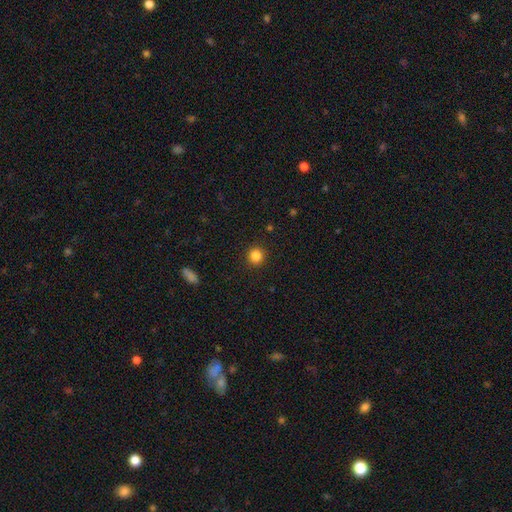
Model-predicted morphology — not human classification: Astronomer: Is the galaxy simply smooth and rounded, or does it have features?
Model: smooth — 85%.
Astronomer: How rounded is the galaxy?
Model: round — 93%.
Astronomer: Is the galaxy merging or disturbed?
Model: none — 91%.